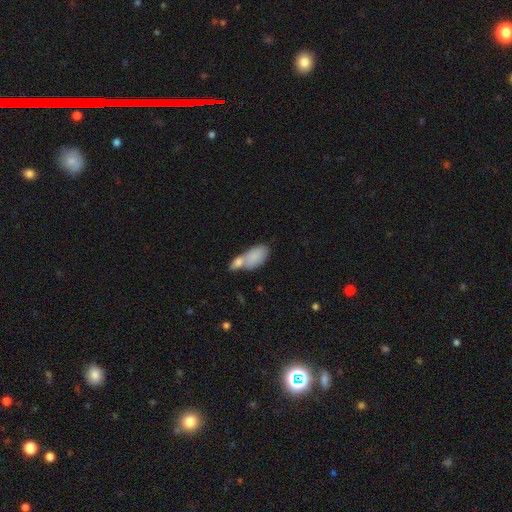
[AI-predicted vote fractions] The model was most divided on "merging": merger: 60%, none: 24%, minor disturbance: 11%, major disturbance: 5%. More confident: how rounded — in between (91%); smooth or featured — smooth (81%).